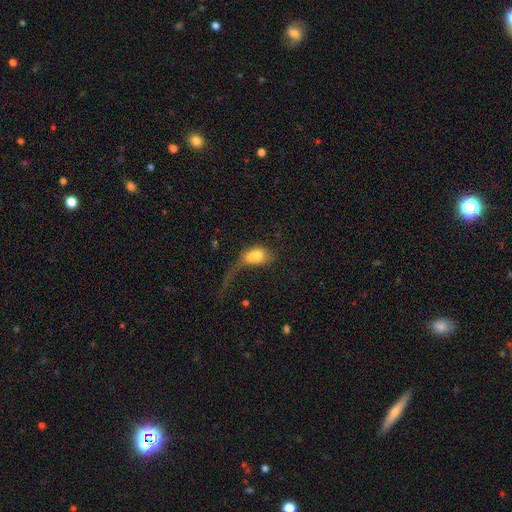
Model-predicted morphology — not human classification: A smooth galaxy with no disk features (64%) that is in between round and cigar-shaped (68%). Merging: merger (54%).